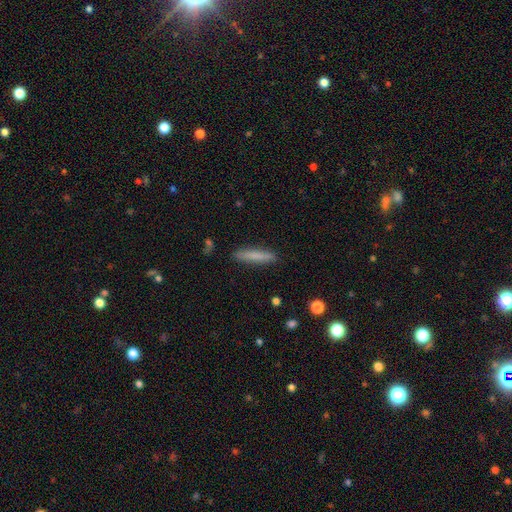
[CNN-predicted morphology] Smooth or featured? Predicted: smooth (p=0.77). How rounded? Predicted: cigar-shaped (p=0.92). Merging? Predicted: none (p=0.89).